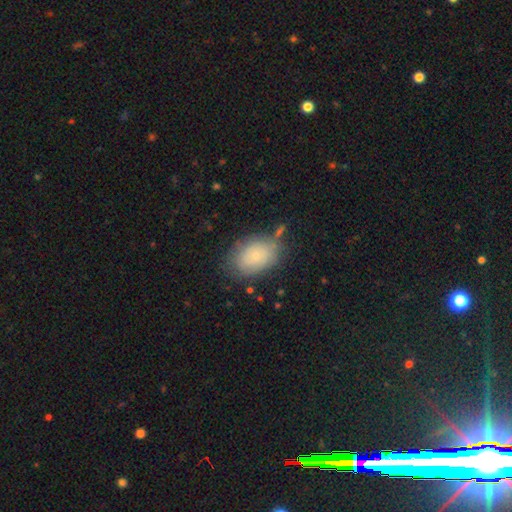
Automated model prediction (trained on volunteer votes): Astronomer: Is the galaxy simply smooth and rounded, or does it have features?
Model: smooth — 74%.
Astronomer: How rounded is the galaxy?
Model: in between — 84%.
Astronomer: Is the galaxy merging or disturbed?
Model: none — 68%.